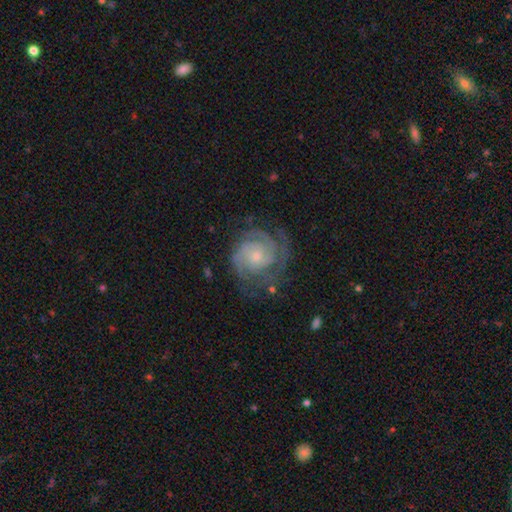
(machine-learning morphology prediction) Overall: featured or disk (87%). Edge-on disk: no (98%). Bar: no (73%). Spiral arms: yes (97%). Spiral arm count: 2 (29%, tied with 3). Spiral winding: tight (69%). Bulge size: small (64%; moderate 30%). Merging: none (69%).